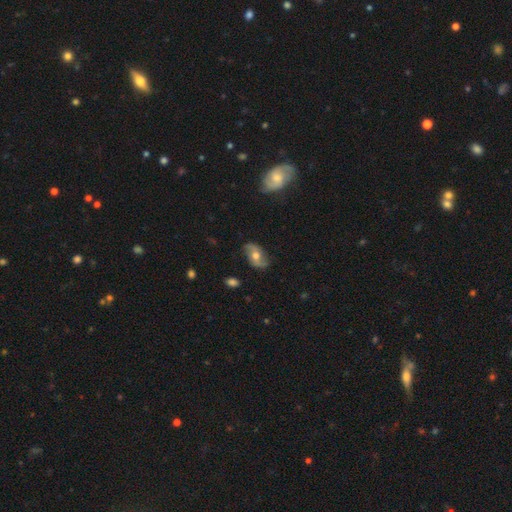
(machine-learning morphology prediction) Q: Smooth or featured?
A: featured or disk (71%); runner-up: smooth (22%)
Q: Edge-on disk?
A: no (94%); runner-up: yes (6%)
Q: Bar?
A: no (62%); runner-up: weak (28%)
Q: Spiral arms?
A: yes (87%); runner-up: no (13%)
Q: Spiral winding?
A: loose (64%); runner-up: medium (27%)
Q: Spiral arm count?
A: 2 (91%); runner-up: can't tell (4%)
Q: Bulge size?
A: moderate (71%); runner-up: small (13%)
Q: Merging?
A: none (77%); runner-up: minor disturbance (16%)